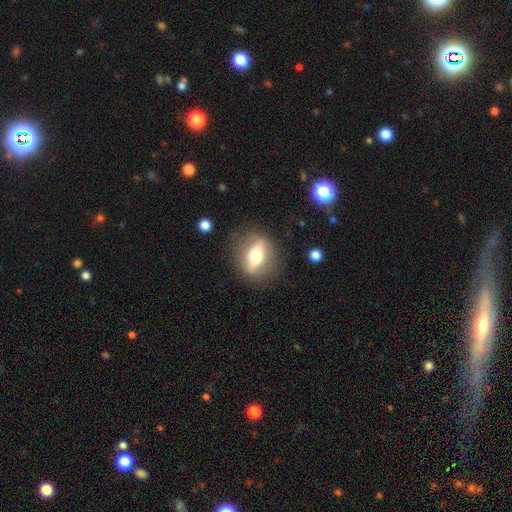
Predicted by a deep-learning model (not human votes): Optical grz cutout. It shows a featured or disk galaxy (49%). Merging: none (82%).